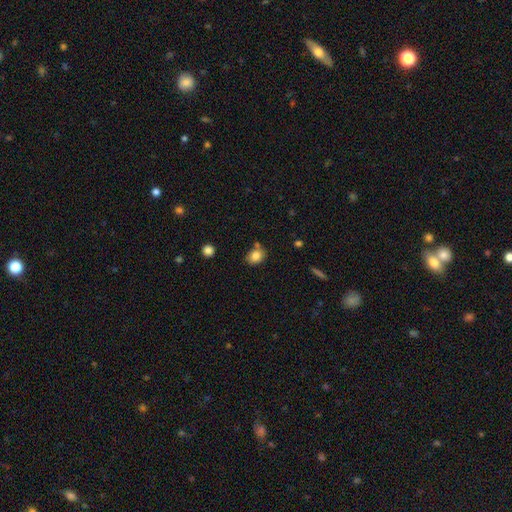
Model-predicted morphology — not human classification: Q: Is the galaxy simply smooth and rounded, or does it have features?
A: smooth — 82%.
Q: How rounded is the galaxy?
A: round — 51%.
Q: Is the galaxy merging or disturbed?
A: none — 69%.